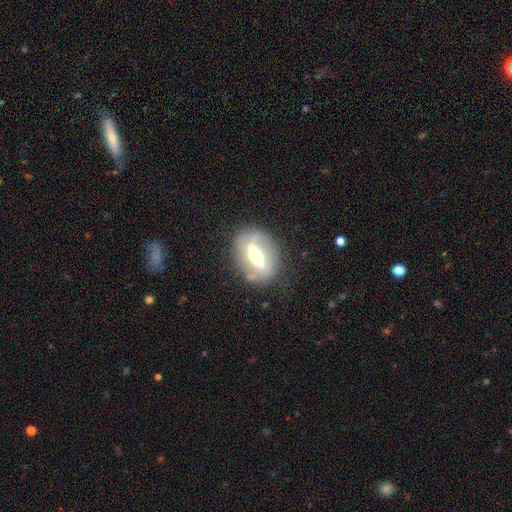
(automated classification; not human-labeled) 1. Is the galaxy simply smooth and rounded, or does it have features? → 70% featured or disk, 23% smooth, 7% star or artifact.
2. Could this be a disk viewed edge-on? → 86% no, 14% yes.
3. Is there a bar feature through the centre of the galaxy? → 60% strong, 26% weak, 14% no.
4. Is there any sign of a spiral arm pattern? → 52% yes, 48% no.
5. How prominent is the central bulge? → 65% moderate, 20% small, 12% large, 2% dominant, 1% none.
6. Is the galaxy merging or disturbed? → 75% none, 16% minor disturbance, 7% major disturbance, 2% merger.